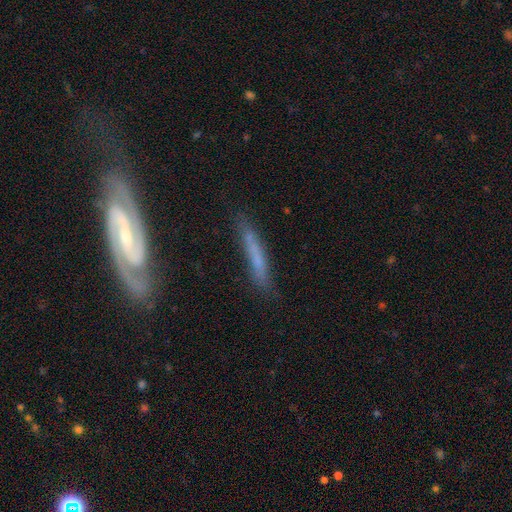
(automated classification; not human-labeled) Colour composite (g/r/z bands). It shows a featured or disk galaxy (56%) viewed edge-on (51%). Merging: none (72%).